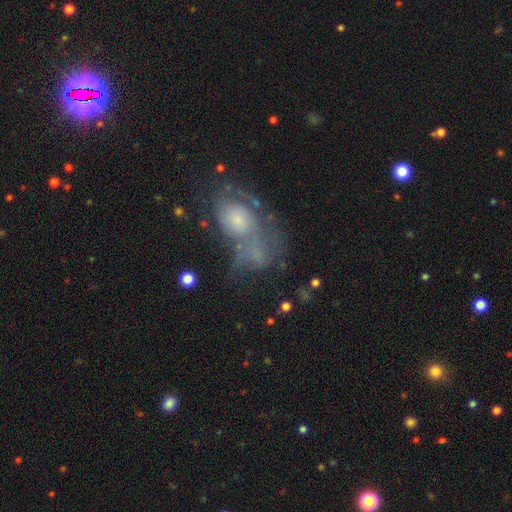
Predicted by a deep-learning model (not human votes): Smooth or featured: featured or disk — 53% (smooth — 33%)
Edge-on disk: no — 95% (yes — 5%)
Bar: no — 83% (weak — 14%)
Spiral arms: yes — 55% (no — 45%)
Bulge size: small — 42% (moderate — 35%)
Merging: merger — 30% (none — 28%)